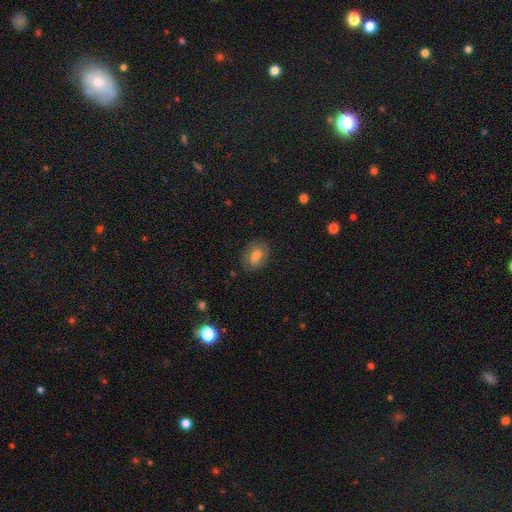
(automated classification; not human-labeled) Overall: smooth (69%). How rounded: in between (71%). Merging: none (80%).